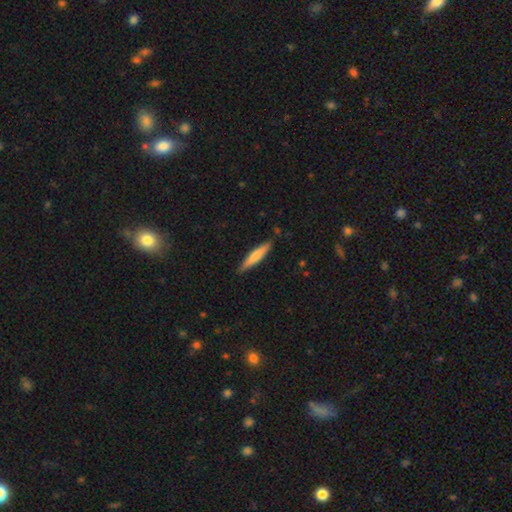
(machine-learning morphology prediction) Smooth or featured?
  - smooth: 68% *
  - featured or disk: 27%
  - star or artifact: 5%
How rounded?
  - cigar-shaped: 90% *
  - in between: 9%
  - round: 1%
Merging?
  - none: 88% *
  - minor disturbance: 9%
  - major disturbance: 2%
  - merger: 1%